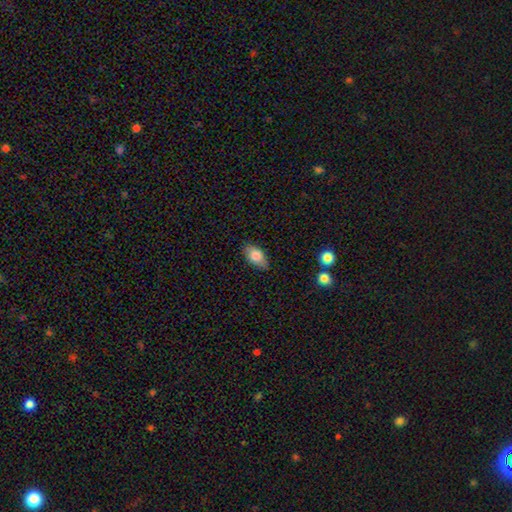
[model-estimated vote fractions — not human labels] A smooth galaxy with no disk features (80%) that is in between round and cigar-shaped (91%). Merging: none (81%).